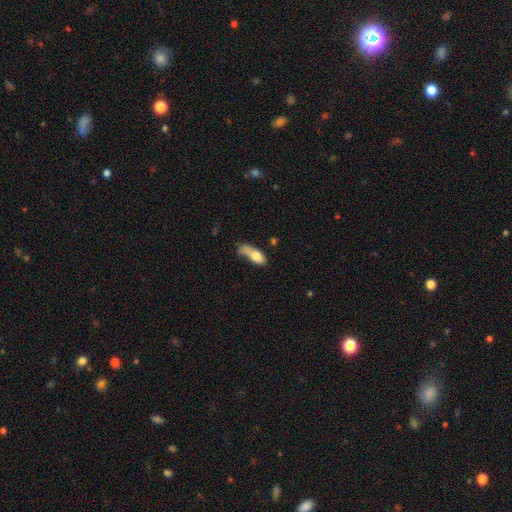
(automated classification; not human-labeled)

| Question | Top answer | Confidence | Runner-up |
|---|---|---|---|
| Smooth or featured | smooth | 73% | featured or disk (20%) |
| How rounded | in between | 79% | cigar-shaped (16%) |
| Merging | major disturbance | 30% | minor disturbance (28%) |